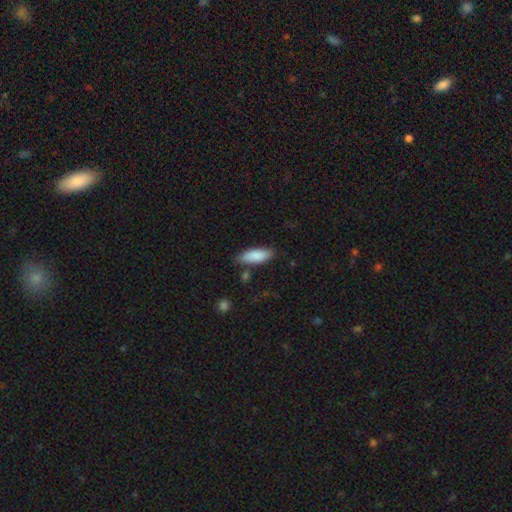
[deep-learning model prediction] This appears to be a smooth galaxy with no disk features (87%) that is in between round and cigar-shaped (68%). Merging: none (79%).